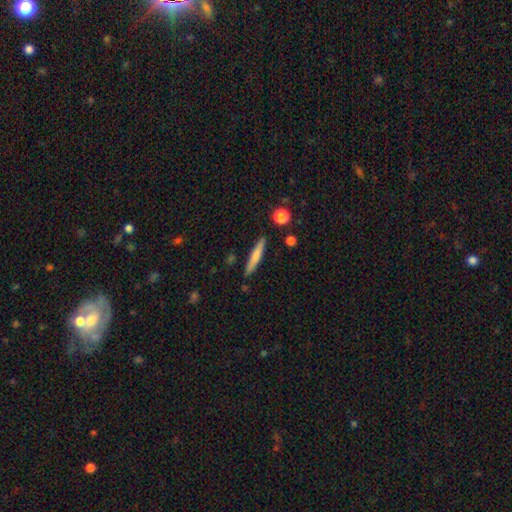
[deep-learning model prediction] Smooth or featured? Predicted: smooth (p=0.69). How rounded? Predicted: cigar-shaped (p=0.92). Merging? Predicted: none (p=0.87).